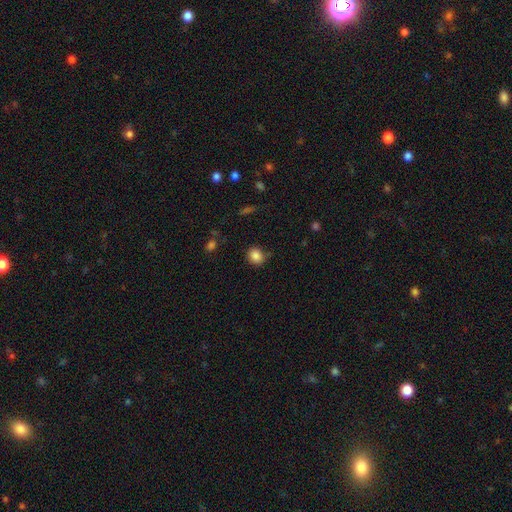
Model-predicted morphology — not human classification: Smooth or featured? smooth (85%)
How rounded? round (79%)
Merging? none (80%)